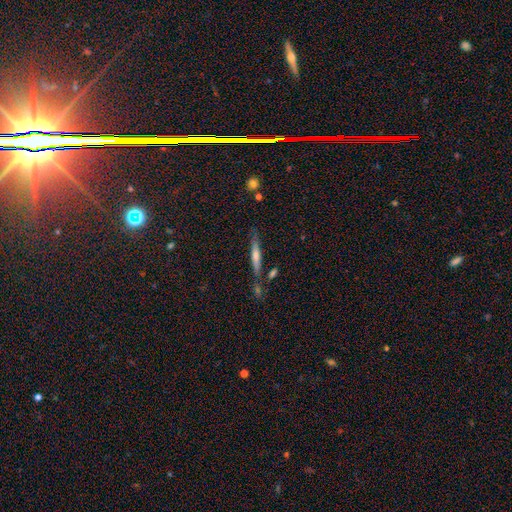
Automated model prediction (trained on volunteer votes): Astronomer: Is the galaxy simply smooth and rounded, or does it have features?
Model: featured or disk — 60%.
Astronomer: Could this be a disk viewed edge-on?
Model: yes — 95%.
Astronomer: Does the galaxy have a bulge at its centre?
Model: rounded — 68%.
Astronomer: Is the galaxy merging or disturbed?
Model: none — 80%.